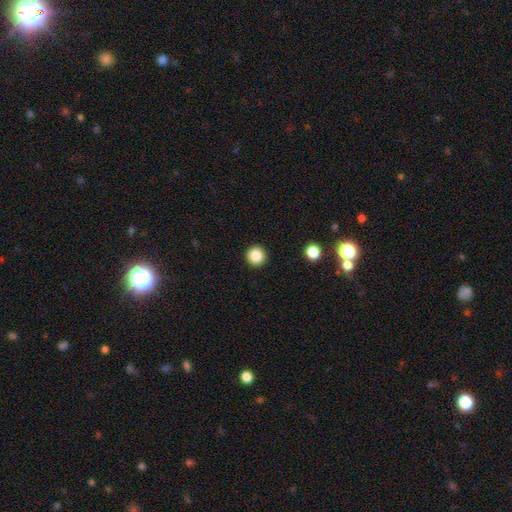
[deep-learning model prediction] Smooth or featured: smooth — 85% (star or artifact — 11%)
How rounded: round — 96% (in between — 4%)
Merging: none — 93% (minor disturbance — 4%)